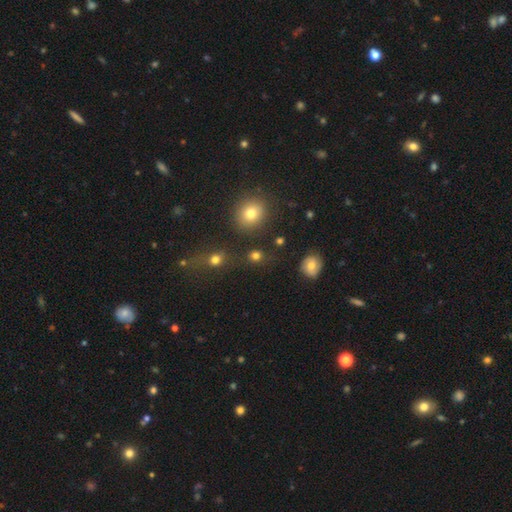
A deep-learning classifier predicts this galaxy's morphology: smooth 78%, star or artifact 15%, featured or disk 7%. Down the decision tree: how rounded — round (78%); merging — none (74%).